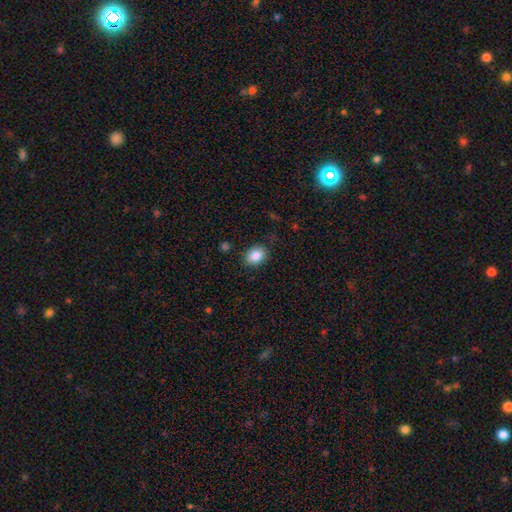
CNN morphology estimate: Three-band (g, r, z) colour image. It shows a smooth galaxy with no disk features (86%) that is in between round and cigar-shaped (63%). Merging: none (85%).